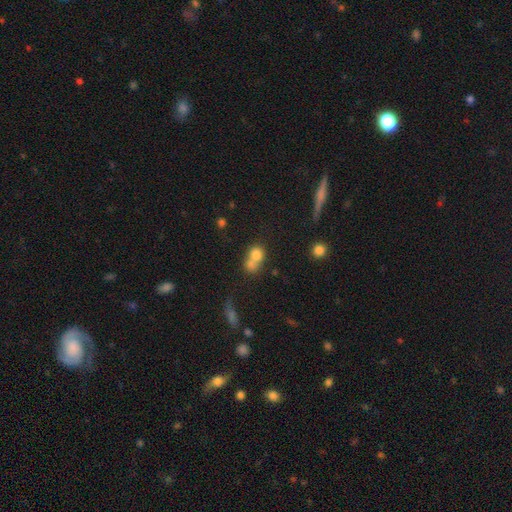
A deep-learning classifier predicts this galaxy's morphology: A smooth galaxy with no disk features (73%) that is round (68%).

Vote fractions:
- Smooth or featured? smooth: 73% / featured or disk: 15% / star or artifact: 12%
- How rounded? round: 68% / in between: 30% / cigar-shaped: 2%
- Merging? merger: 61% / none: 27% / minor disturbance: 7% / major disturbance: 4%